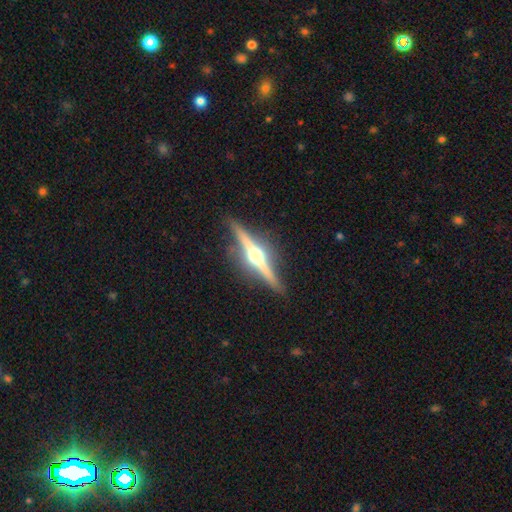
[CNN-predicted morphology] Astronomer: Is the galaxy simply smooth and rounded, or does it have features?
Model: featured or disk — 85%.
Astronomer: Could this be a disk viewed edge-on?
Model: yes — 98%.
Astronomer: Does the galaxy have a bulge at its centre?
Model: rounded — 97%.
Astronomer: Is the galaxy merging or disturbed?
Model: none — 89%.